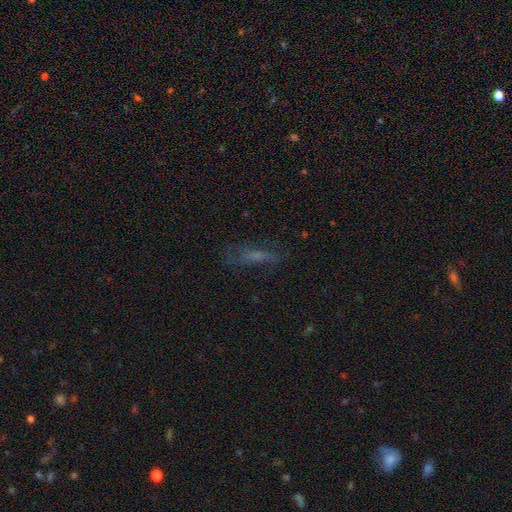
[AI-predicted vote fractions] Smooth or featured? Predicted: smooth (p=0.41). Merging? Predicted: none (p=0.58).